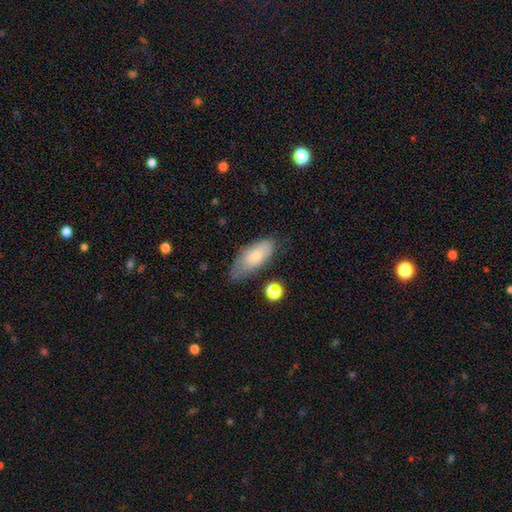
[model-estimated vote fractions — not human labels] Q: Smooth or featured?
A: smooth (73%); runner-up: featured or disk (19%)
Q: How rounded?
A: in between (86%); runner-up: cigar-shaped (12%)
Q: Merging?
A: none (55%); runner-up: minor disturbance (32%)